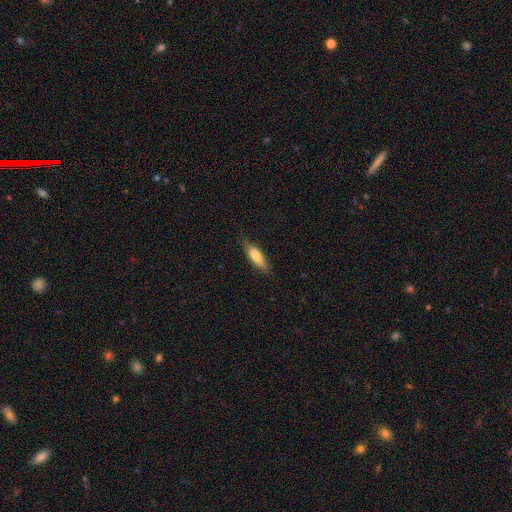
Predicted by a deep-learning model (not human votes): The model was most divided on "how rounded": in between: 56%, cigar-shaped: 42%, round: 2%. More confident: smooth or featured — smooth (76%); merging — none (76%).